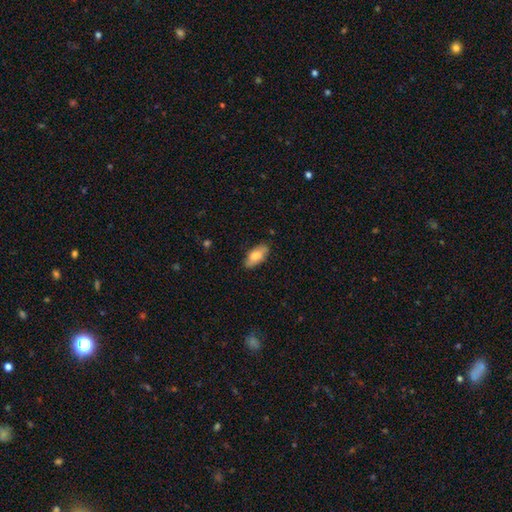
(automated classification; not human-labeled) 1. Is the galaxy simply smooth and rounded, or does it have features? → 79% smooth, 15% featured or disk, 6% star or artifact.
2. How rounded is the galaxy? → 87% in between, 11% cigar-shaped, 2% round.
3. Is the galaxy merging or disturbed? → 82% none, 14% minor disturbance, 2% major disturbance, 1% merger.